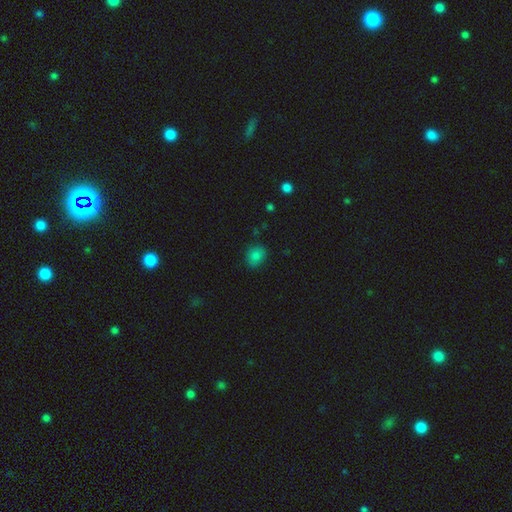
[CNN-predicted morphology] smooth-or-featured: smooth: 82% | star or artifact: 13% | featured or disk: 6%
  how-rounded: round: 54% | in between: 45% | cigar-shaped: 1%
  merging: none: 79% | minor disturbance: 16% | major disturbance: 3% | merger: 1%